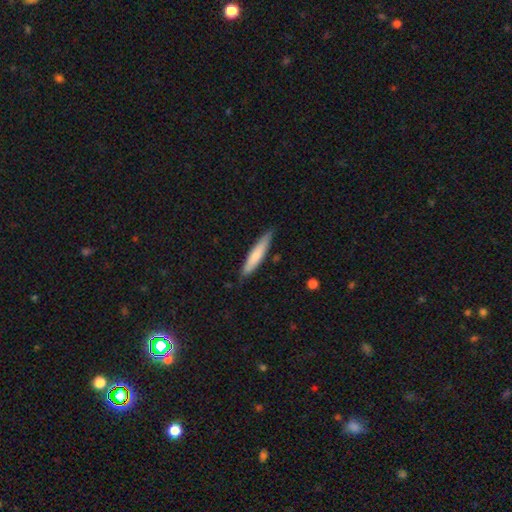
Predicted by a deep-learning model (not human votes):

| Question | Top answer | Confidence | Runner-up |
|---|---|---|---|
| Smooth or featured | smooth | 72% | featured or disk (23%) |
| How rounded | cigar-shaped | 87% | in between (11%) |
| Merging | none | 82% | minor disturbance (14%) |